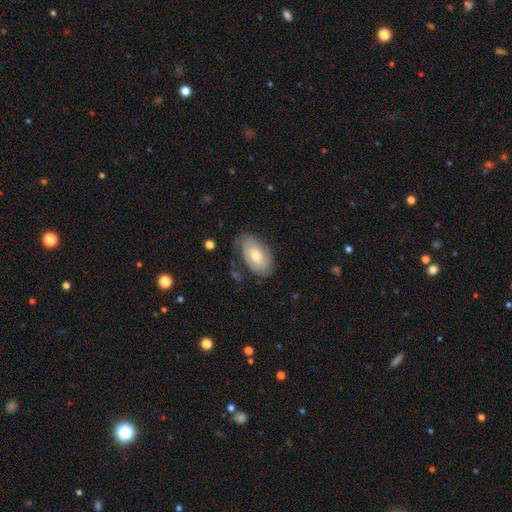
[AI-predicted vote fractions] smooth 55%, featured or disk 39%, star or artifact 6%. Down the decision tree: how rounded — in between (93%); merging — none (64%).